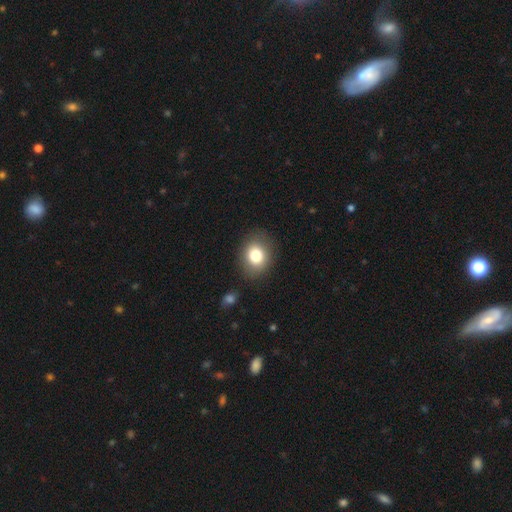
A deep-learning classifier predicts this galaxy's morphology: Smooth or featured?
  - smooth: 79% *
  - featured or disk: 11%
  - star or artifact: 10%
How rounded?
  - round: 55% *
  - in between: 44%
  - cigar-shaped: 1%
Merging?
  - none: 84% *
  - minor disturbance: 11%
  - major disturbance: 3%
  - merger: 2%